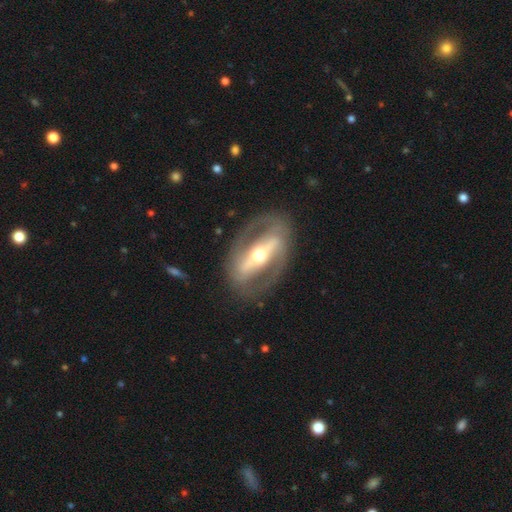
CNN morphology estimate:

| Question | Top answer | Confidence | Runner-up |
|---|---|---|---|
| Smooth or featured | featured or disk | 83% | smooth (12%) |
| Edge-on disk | no | 81% | yes (19%) |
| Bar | strong | 79% | weak (12%) |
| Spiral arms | yes | 54% | no (46%) |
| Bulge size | moderate | 69% | small (14%) |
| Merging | none | 81% | minor disturbance (11%) |